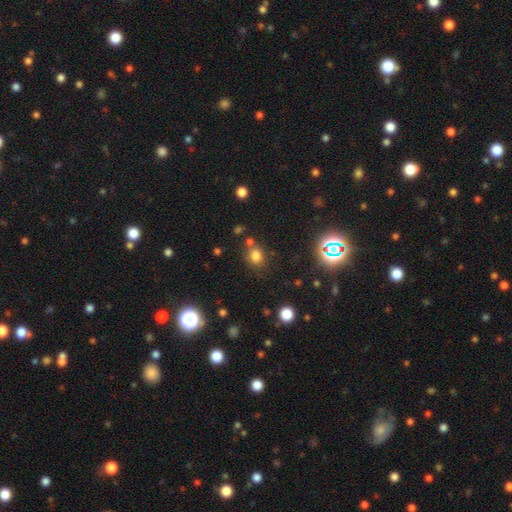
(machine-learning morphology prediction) This is likely a smooth galaxy (75%). How rounded: likely round (63%). Merging: likely none (68%).